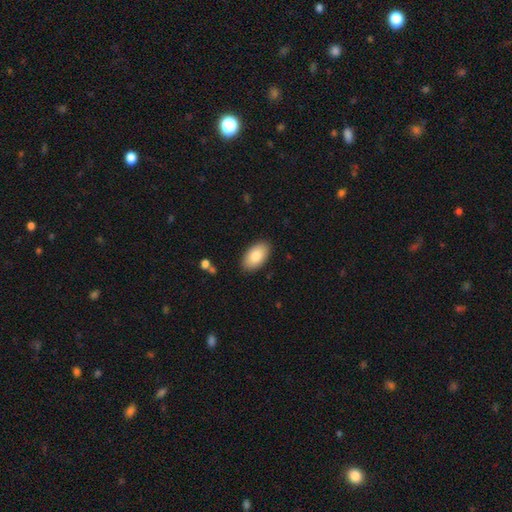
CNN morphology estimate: A smooth galaxy with no disk features (84%) that is in between round and cigar-shaped (95%). Merging: none (88%).